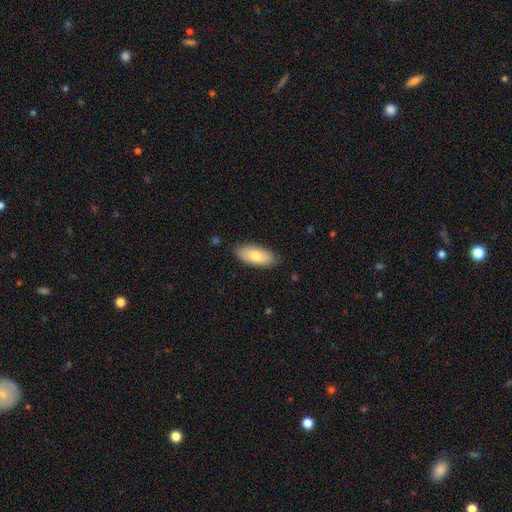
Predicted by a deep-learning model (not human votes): smooth_or_featured: smooth (p=0.76) [alt: featured or disk p=0.18]
how_rounded: in between (p=0.87) [alt: cigar-shaped p=0.11]
merging: none (p=0.84) [alt: minor disturbance p=0.13]